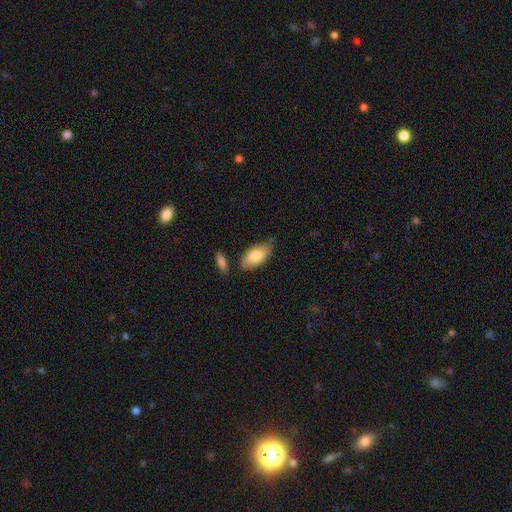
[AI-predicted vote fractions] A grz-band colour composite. It shows a smooth galaxy with no disk features (79%) that is in between round and cigar-shaped (92%). Merging: none (70%).